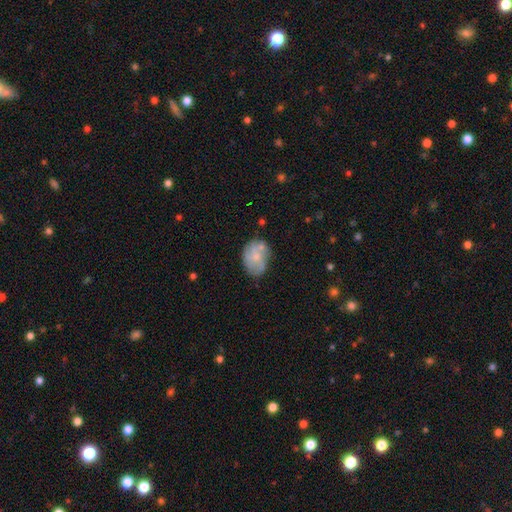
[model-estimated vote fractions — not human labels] This is possibly a smooth galaxy (51%). How rounded: likely in between (70%). Merging: possibly none (54%).